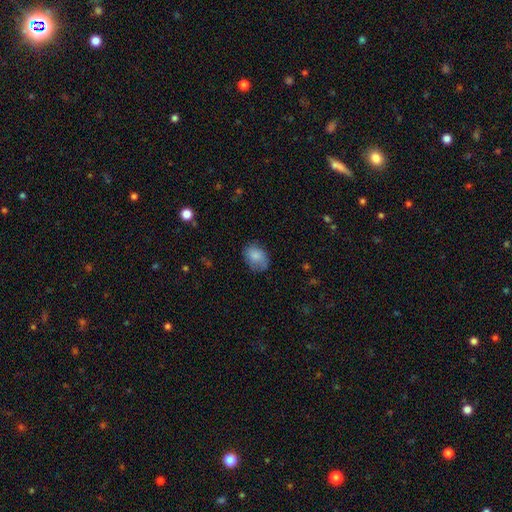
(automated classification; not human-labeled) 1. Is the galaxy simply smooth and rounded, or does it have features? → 81% smooth, 11% featured or disk, 8% star or artifact.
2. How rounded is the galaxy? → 70% in between, 29% round, 1% cigar-shaped.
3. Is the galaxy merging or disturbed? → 65% none, 26% minor disturbance, 8% major disturbance, 1% merger.